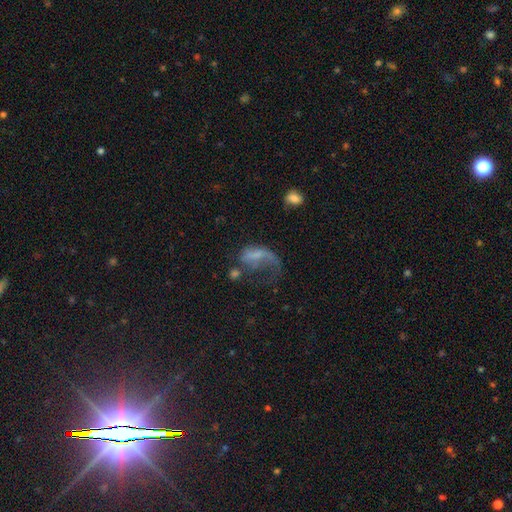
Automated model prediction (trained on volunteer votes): Smooth or featured: featured or disk — 53% (smooth — 34%)
Edge-on disk: no — 96% (yes — 4%)
Bar: no — 62% (weak — 29%)
Spiral arms: yes — 57% (no — 43%)
Bulge size: none — 42% (small — 37%)
Merging: major disturbance — 57% (none — 20%)